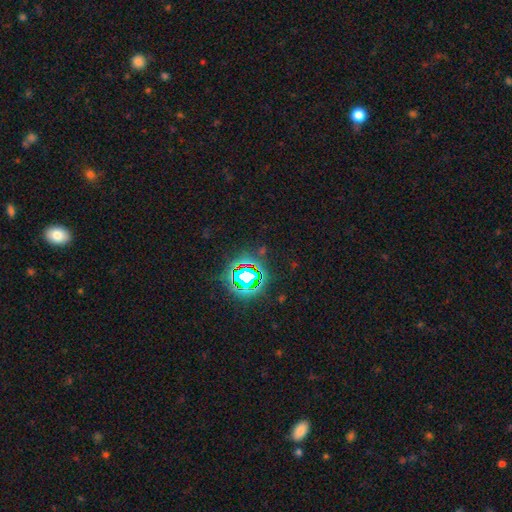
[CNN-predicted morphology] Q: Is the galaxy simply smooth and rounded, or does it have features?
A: star or artifact — 80%.